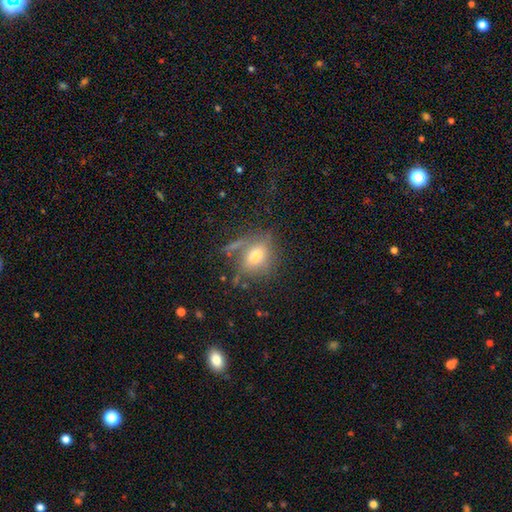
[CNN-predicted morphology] Q: Smooth or featured?
A: smooth (66%); runner-up: featured or disk (19%)
Q: How rounded?
A: round (56%); runner-up: in between (41%)
Q: Merging?
A: none (64%); runner-up: minor disturbance (18%)